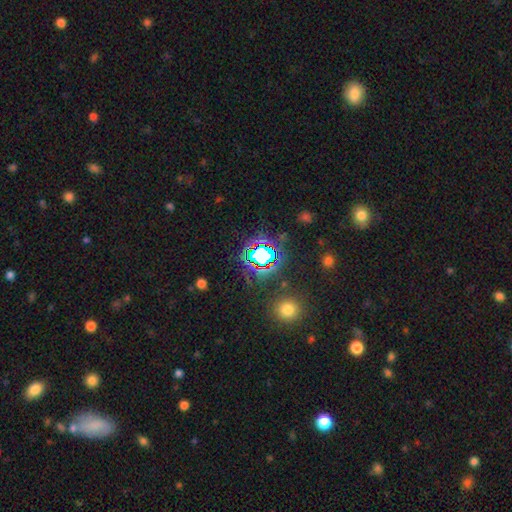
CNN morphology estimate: Overall: star or artifact (73%).